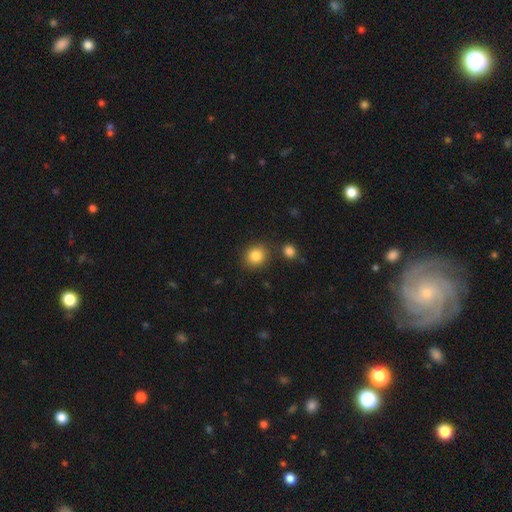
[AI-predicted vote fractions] The model was most divided on "how rounded": round: 79%, in between: 20%, cigar-shaped: 1%. More confident: smooth or featured — smooth (84%); merging — none (84%).